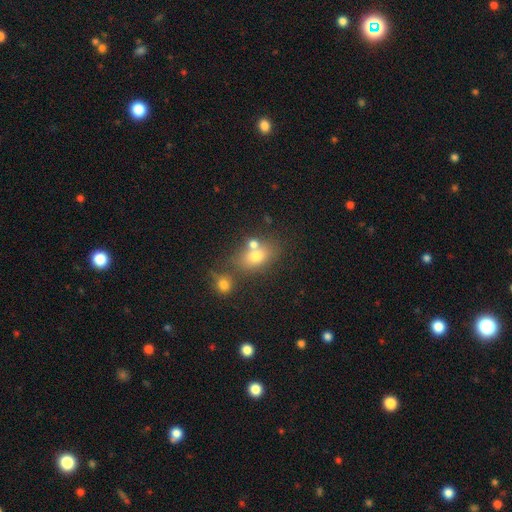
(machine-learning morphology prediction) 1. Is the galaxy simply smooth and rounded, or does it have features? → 71% smooth, 17% featured or disk, 12% star or artifact.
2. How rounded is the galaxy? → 73% in between, 24% round, 2% cigar-shaped.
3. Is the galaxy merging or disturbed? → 49% none, 33% merger, 13% minor disturbance, 6% major disturbance.